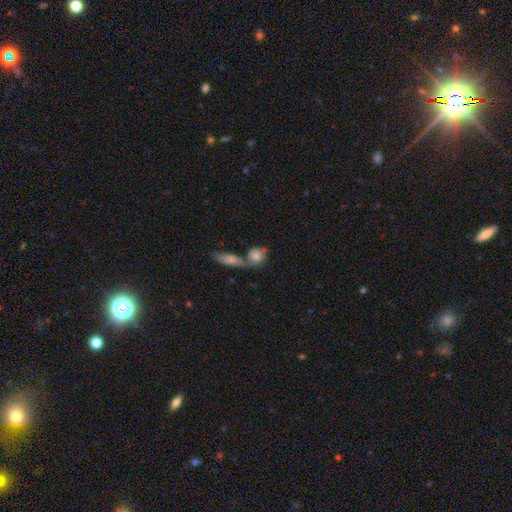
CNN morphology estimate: Smooth or featured? Predicted: smooth (p=0.74). How rounded? Predicted: round (p=0.61). Merging? Predicted: merger (p=0.43).